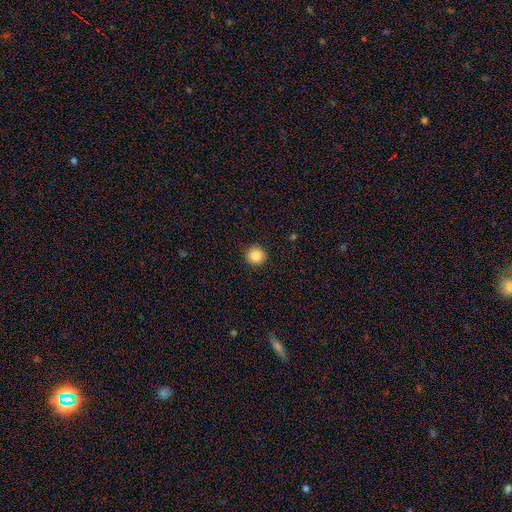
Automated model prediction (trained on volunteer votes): smooth 85%, star or artifact 10%, featured or disk 5%. Down the decision tree: how rounded — round (95%); merging — none (92%).